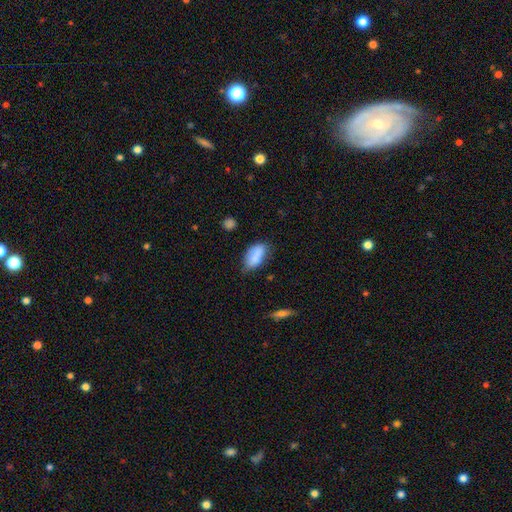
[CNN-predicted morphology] Smooth or featured? Predicted: smooth (p=0.82). How rounded? Predicted: in between (p=0.91). Merging? Predicted: none (p=0.55).